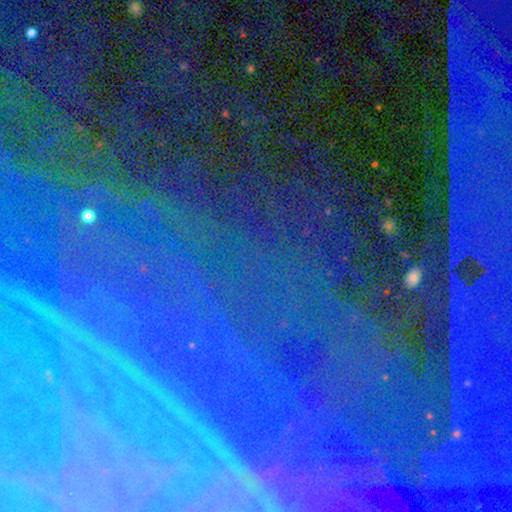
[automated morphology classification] Smooth or featured?
  - star or artifact: 72% *
  - featured or disk: 17%
  - smooth: 11%